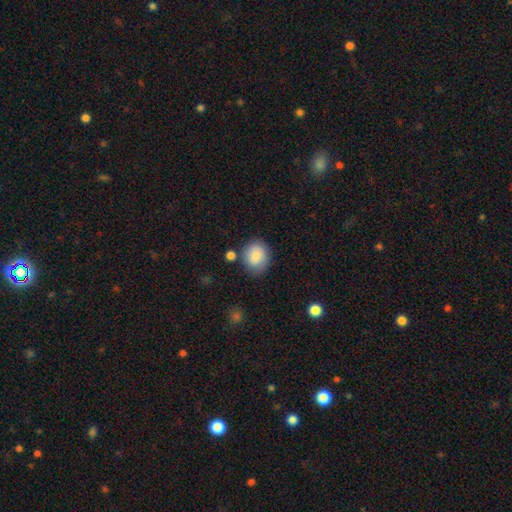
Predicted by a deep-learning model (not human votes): The model was most divided on "how rounded": round: 67%, in between: 32%, cigar-shaped: 1%. More confident: smooth or featured — smooth (84%); merging — none (71%).